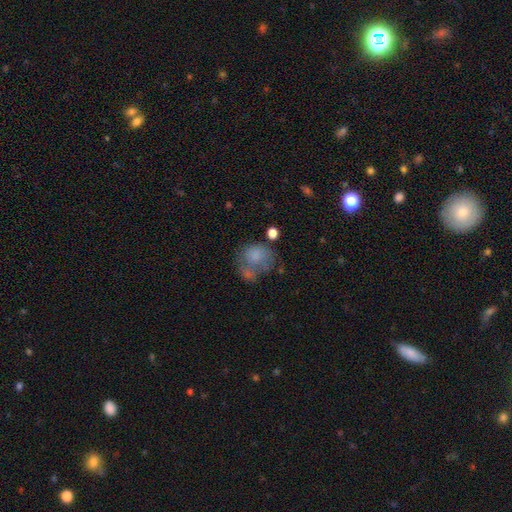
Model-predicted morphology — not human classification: A smooth galaxy with no disk features (68%) that is round (64%). Merging: none (32%).